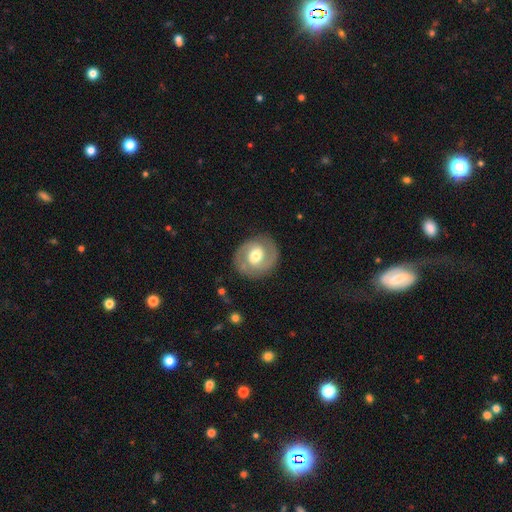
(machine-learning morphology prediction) smooth-or-featured: featured or disk: 71% | smooth: 24% | star or artifact: 5%
  disk-edge-on: no: 97% | yes: 3%
    bar: weak: 44% | no: 41% | strong: 15%
    has-spiral-arms: yes: 82% | no: 18%
      spiral-winding: medium: 44% | tight: 43% | loose: 14%
      spiral-arm-count: 2: 85% | can't tell: 7% | 1: 4% | 3: 1% | 4: 1% | more than 4: 1%
    bulge-size: moderate: 65% | large: 23% | small: 9% | dominant: 2% | none: 1%
  merging: none: 82% | minor disturbance: 12% | major disturbance: 5% | merger: 1%